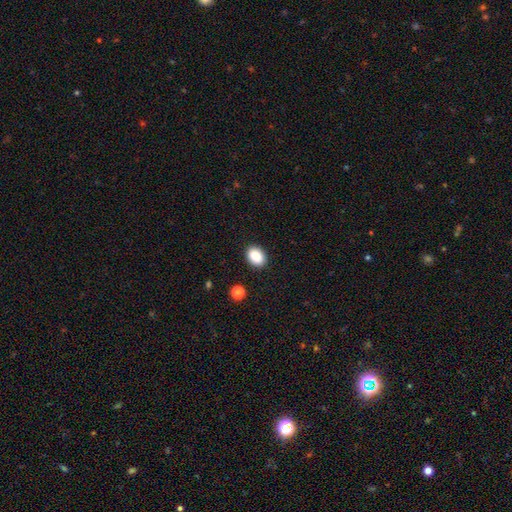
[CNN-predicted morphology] Smooth or featured: smooth — 87% (star or artifact — 8%)
How rounded: in between — 72% (round — 27%)
Merging: none — 89% (minor disturbance — 8%)